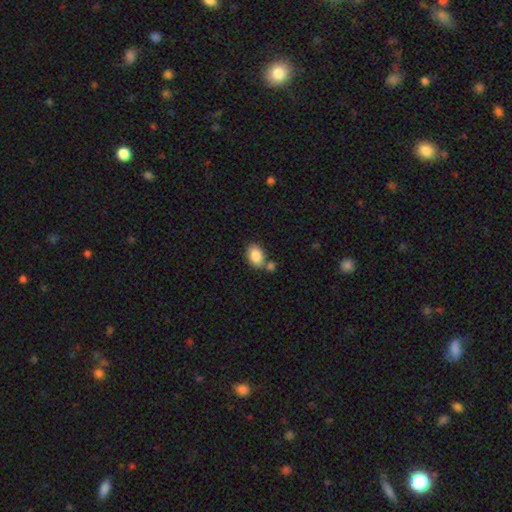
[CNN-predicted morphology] Smooth or featured? Predicted: smooth (p=0.86). How rounded? Predicted: in between (p=0.85). Merging? Predicted: none (p=0.62).